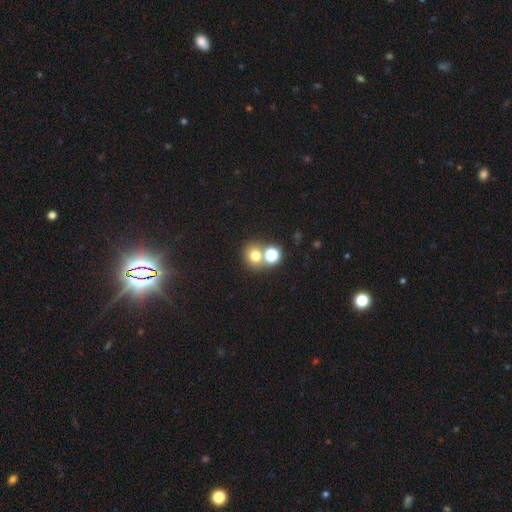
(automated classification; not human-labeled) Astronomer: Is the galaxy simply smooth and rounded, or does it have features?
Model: smooth — 72%.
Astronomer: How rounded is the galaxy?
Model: round — 78%.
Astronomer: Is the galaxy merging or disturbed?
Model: none — 53% (runner-up: merger, 36%).